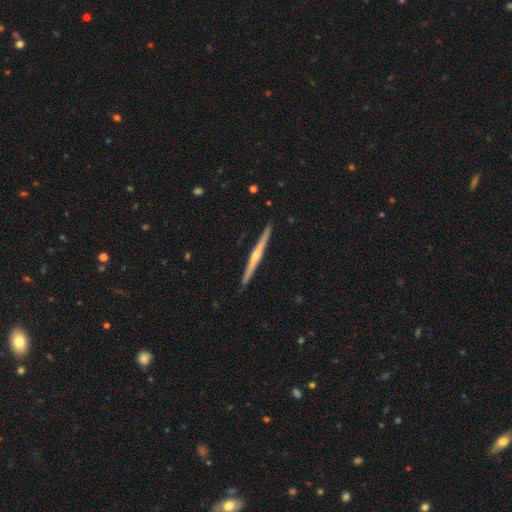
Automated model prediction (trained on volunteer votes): Smooth or featured? featured or disk (76%)
Edge-on disk? yes (99%)
Edge-on bulge? rounded (77%)
Merging? none (92%)